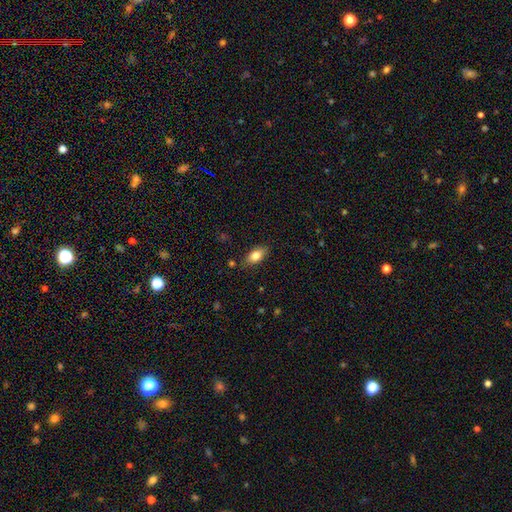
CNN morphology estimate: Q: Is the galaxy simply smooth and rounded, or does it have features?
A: smooth — 81%.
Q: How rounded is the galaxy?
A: in between — 88%.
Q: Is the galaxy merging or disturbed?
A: none — 83%.